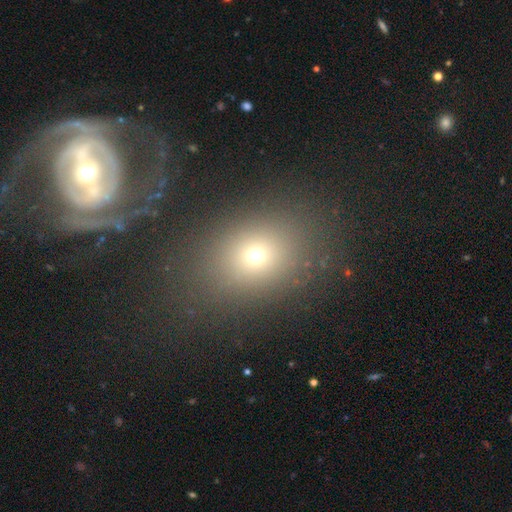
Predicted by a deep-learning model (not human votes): Overall: smooth (60%; featured or disk 21%). How rounded: in between (53%; round 45%). Merging: none (70%).